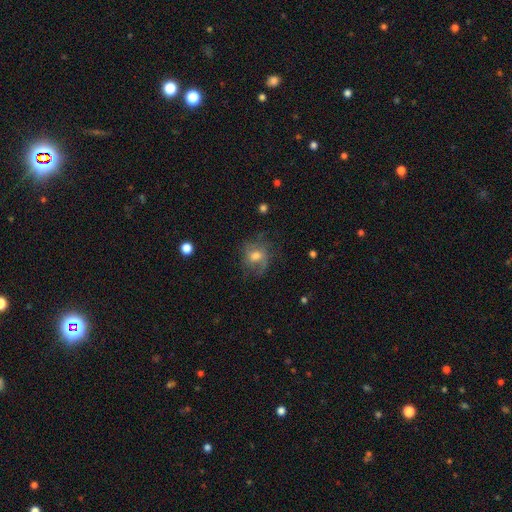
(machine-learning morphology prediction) Overall: featured or disk (50%; smooth 39%). Merging: none (59%; minor disturbance 22%).